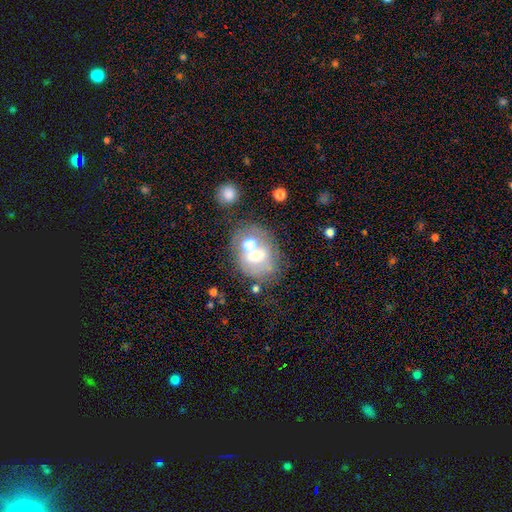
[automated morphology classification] A smooth galaxy with no disk features (49%).

Vote fractions:
- Smooth or featured? smooth: 49% / featured or disk: 37% / star or artifact: 13%
- Merging? merger: 41% / none: 36% / minor disturbance: 13% / major disturbance: 9%